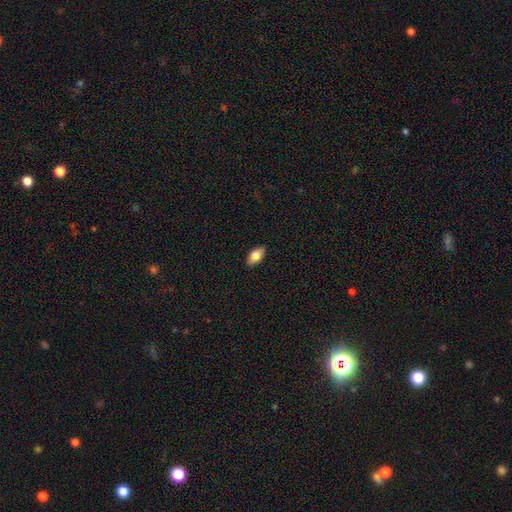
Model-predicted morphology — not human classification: Smooth or featured?
  - smooth: 73% *
  - featured or disk: 17%
  - star or artifact: 10%
How rounded?
  - in between: 91% *
  - cigar-shaped: 5%
  - round: 4%
Merging?
  - none: 83% *
  - minor disturbance: 12%
  - major disturbance: 2%
  - merger: 2%